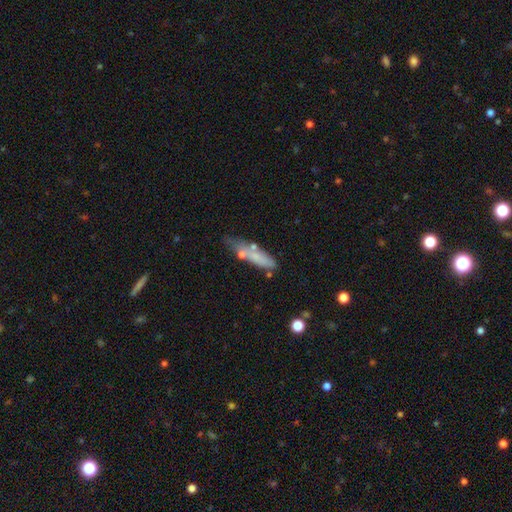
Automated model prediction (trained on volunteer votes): Smooth or featured: smooth — 63% (featured or disk — 28%)
How rounded: cigar-shaped — 69% (in between — 29%)
Merging: none — 51% (minor disturbance — 24%)